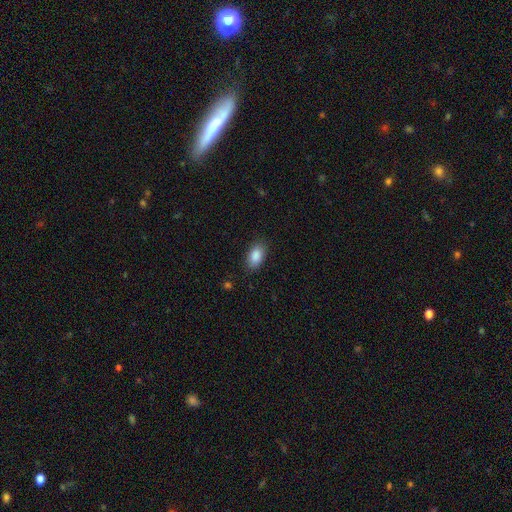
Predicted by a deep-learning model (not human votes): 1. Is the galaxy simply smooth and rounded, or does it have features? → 88% smooth, 7% star or artifact, 4% featured or disk.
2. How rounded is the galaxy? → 92% in between, 5% round, 3% cigar-shaped.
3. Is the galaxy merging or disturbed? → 84% none, 12% minor disturbance, 3% major disturbance, 1% merger.